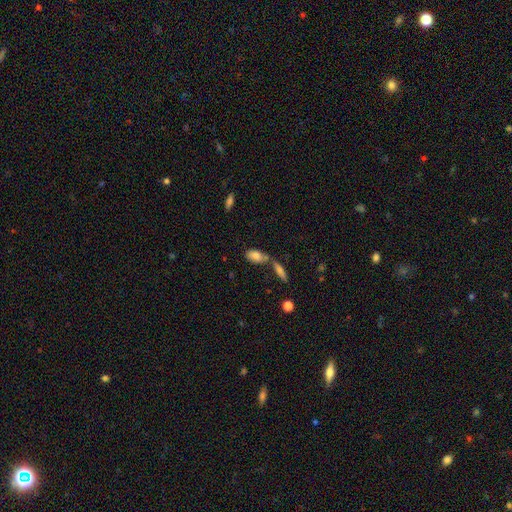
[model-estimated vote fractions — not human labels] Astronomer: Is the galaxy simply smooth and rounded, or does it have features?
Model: smooth — 79%.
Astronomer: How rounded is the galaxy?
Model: in between — 87%.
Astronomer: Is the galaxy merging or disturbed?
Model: none — 46% (runner-up: merger, 37%).